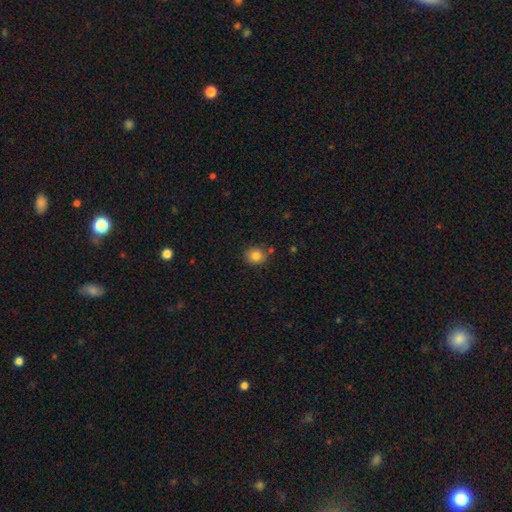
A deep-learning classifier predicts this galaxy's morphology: Overall: smooth (83%). How rounded: round (81%). Merging: none (79%).